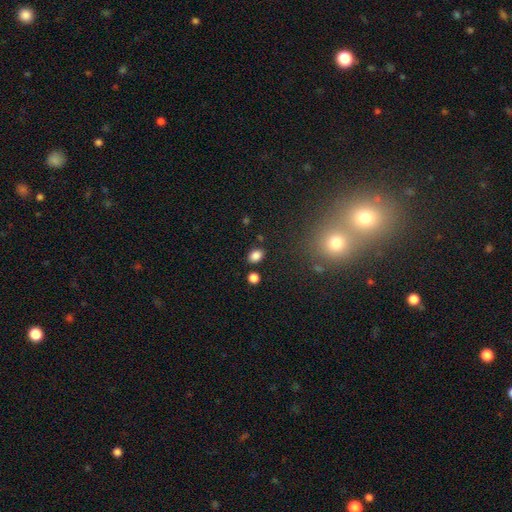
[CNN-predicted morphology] smooth_or_featured: smooth (p=0.84) [alt: star or artifact p=0.11]
how_rounded: in between (p=0.70) [alt: round p=0.29]
merging: none (p=0.81) [alt: minor disturbance p=0.10]